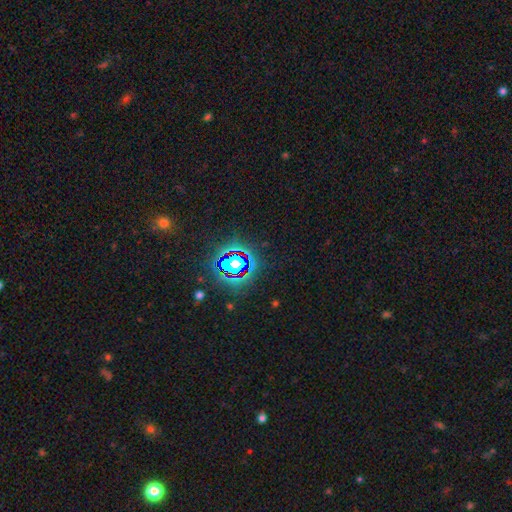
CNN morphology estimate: Smooth or featured?
  - star or artifact: 81% *
  - smooth: 12%
  - featured or disk: 7%